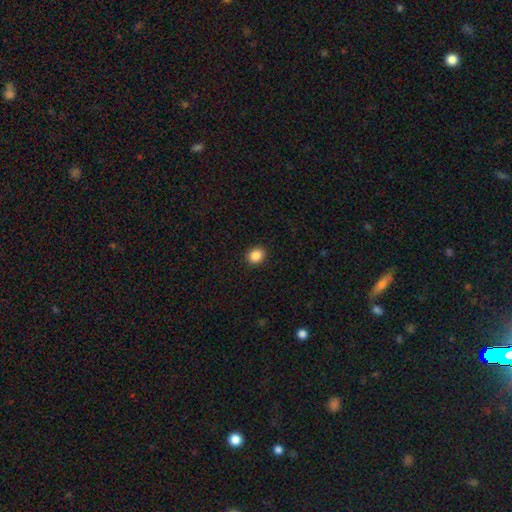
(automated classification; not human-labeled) A smooth galaxy with no disk features (88%) that is round (62%).

Vote fractions:
- Smooth or featured? smooth: 88% / star or artifact: 9% / featured or disk: 3%
- How rounded? round: 62% / in between: 37% / cigar-shaped: 1%
- Merging? none: 91% / minor disturbance: 6% / major disturbance: 2% / merger: 1%